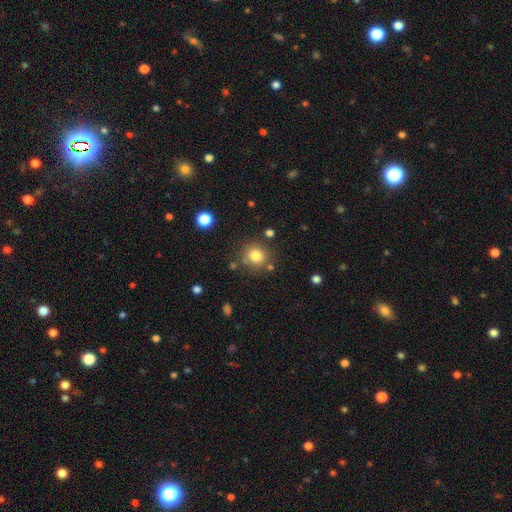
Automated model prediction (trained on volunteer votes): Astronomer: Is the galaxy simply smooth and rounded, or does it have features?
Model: smooth — 80%.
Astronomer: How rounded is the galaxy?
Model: round — 89%.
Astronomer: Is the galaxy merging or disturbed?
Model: none — 80%.